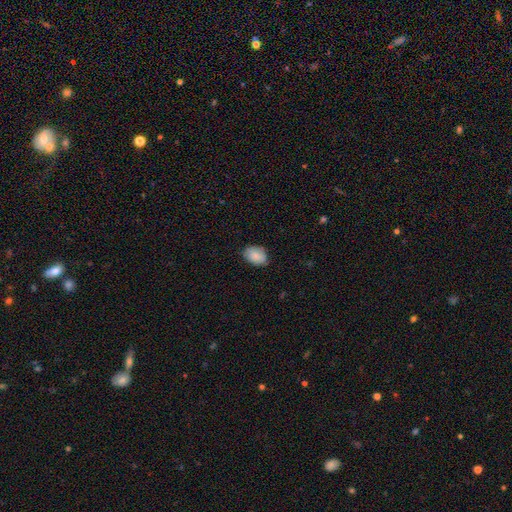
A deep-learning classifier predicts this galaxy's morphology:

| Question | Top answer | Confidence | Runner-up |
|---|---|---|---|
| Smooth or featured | smooth | 87% | star or artifact (7%) |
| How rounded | in between | 81% | round (18%) |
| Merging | none | 78% | minor disturbance (18%) |